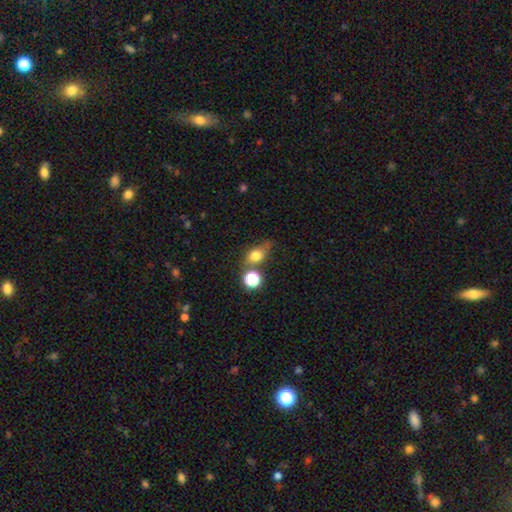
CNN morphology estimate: Smooth or featured? Predicted: smooth (p=0.72). How rounded? Predicted: in between (p=0.51). Merging? Predicted: none (p=0.52).